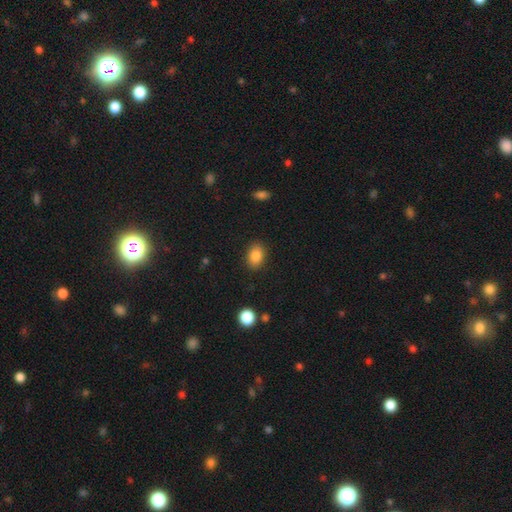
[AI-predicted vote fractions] A smooth galaxy with no disk features (86%) that is in between round and cigar-shaped (75%). Merging: none (87%).